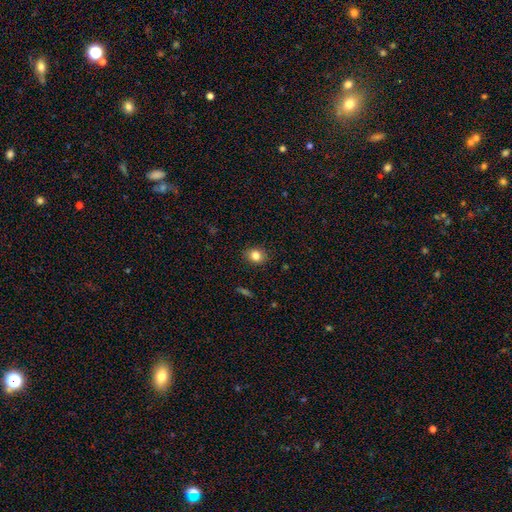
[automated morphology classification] smooth 83%, star or artifact 11%, featured or disk 7%. Down the decision tree: how rounded — round (57%); merging — none (88%).